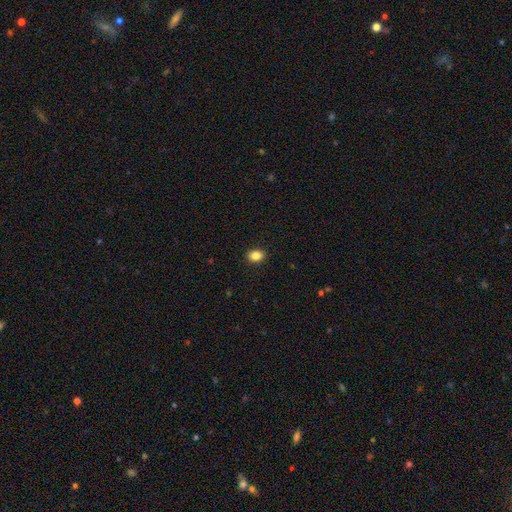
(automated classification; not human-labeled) smooth_or_featured: smooth (p=0.86) [alt: star or artifact p=0.09]
how_rounded: in between (p=0.70) [alt: round p=0.29]
merging: none (p=0.90) [alt: minor disturbance p=0.07]